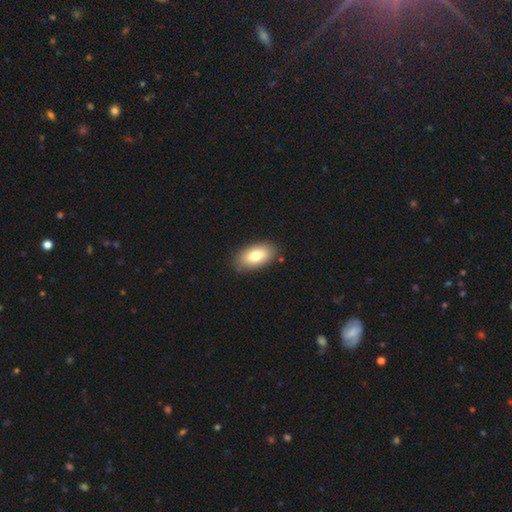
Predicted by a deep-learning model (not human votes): Smooth or featured: smooth — 77% (featured or disk — 16%)
How rounded: in between — 93% (round — 4%)
Merging: none — 85% (minor disturbance — 11%)